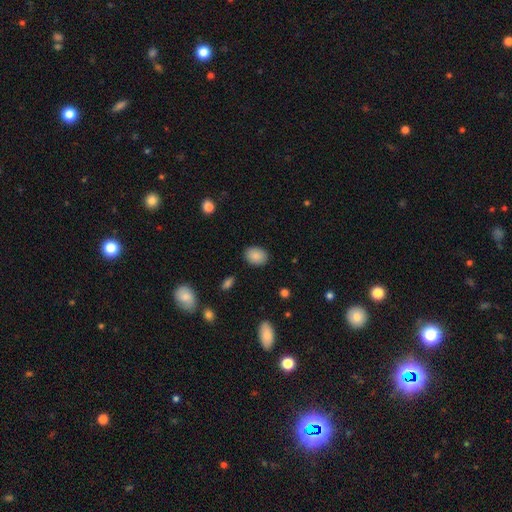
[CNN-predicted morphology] This appears to be a smooth galaxy with no disk features (88%) that is in between round and cigar-shaped (70%). Merging: none (88%).